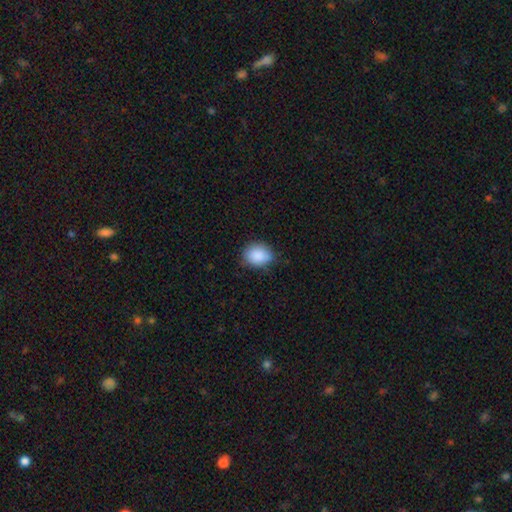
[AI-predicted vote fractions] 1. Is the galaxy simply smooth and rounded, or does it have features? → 88% smooth, 8% star or artifact, 4% featured or disk.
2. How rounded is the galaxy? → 51% in between, 48% round, 1% cigar-shaped.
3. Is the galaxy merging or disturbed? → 76% none, 19% minor disturbance, 4% major disturbance, 1% merger.